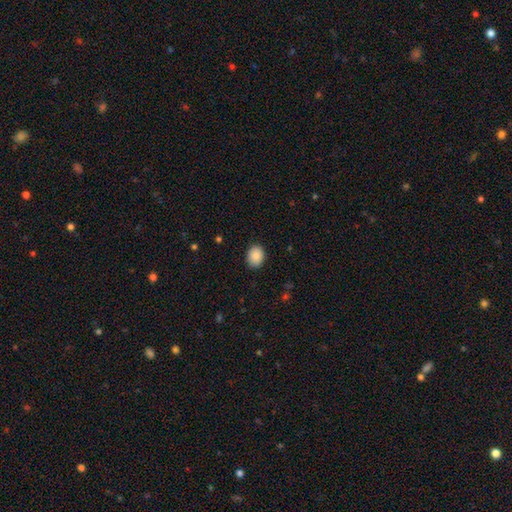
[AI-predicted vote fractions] This is clearly a smooth galaxy (89%). How rounded: possibly in between (53%). Merging: clearly none (88%).